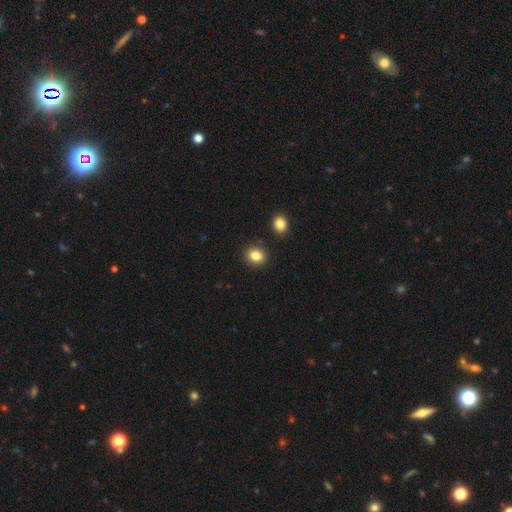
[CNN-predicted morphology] This appears to be a smooth galaxy with no disk features (84%) that is round (61%). Merging: none (87%).